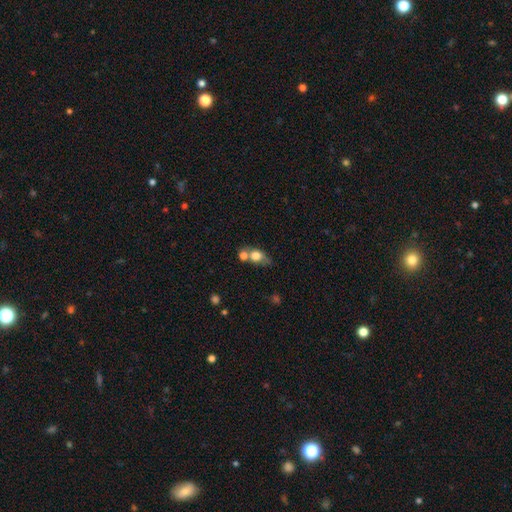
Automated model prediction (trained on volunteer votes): smooth_or_featured: smooth (p=0.73) [alt: featured or disk p=0.18]
how_rounded: in between (p=0.59) [alt: round p=0.37]
merging: none (p=0.40) [alt: merger p=0.39]